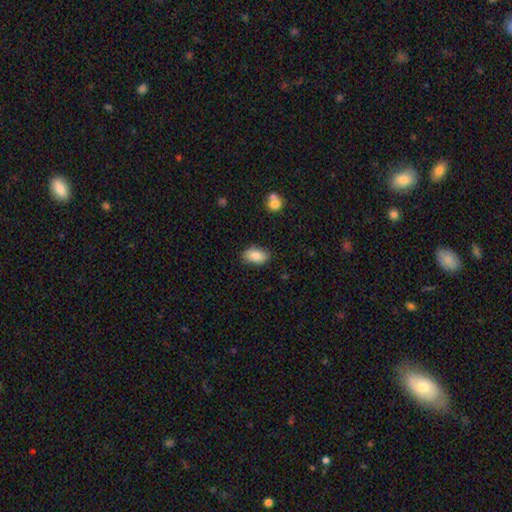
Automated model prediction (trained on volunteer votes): smooth_or_featured: smooth (p=0.85) [alt: featured or disk p=0.08]
how_rounded: in between (p=0.91) [alt: round p=0.07]
merging: none (p=0.83) [alt: minor disturbance p=0.12]